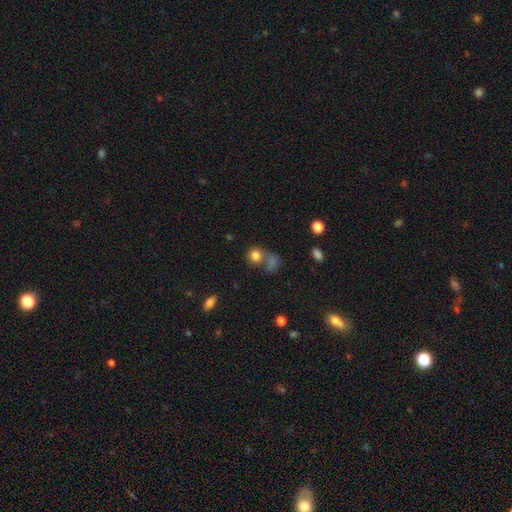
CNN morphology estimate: Smooth or featured? Predicted: smooth (p=0.79). How rounded? Predicted: round (p=0.75). Merging? Predicted: none (p=0.41).